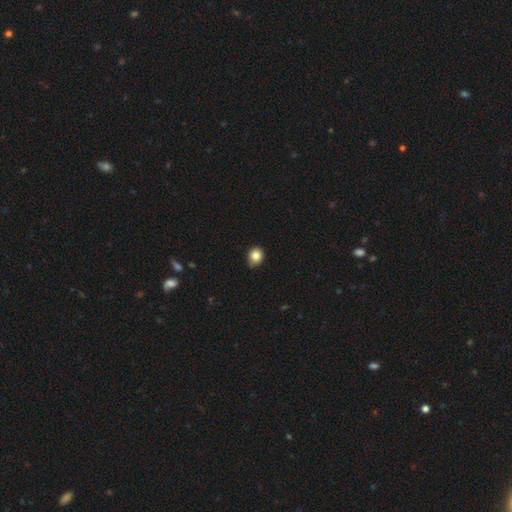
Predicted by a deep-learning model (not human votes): Morphology: type=smooth (83%); roundness=round (65%); merging=none (75%).